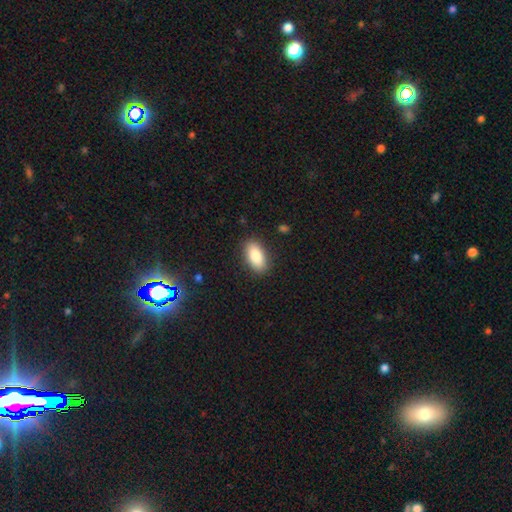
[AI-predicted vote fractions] A smooth galaxy with no disk features (86%) that is in between round and cigar-shaped (90%). Merging: none (87%).